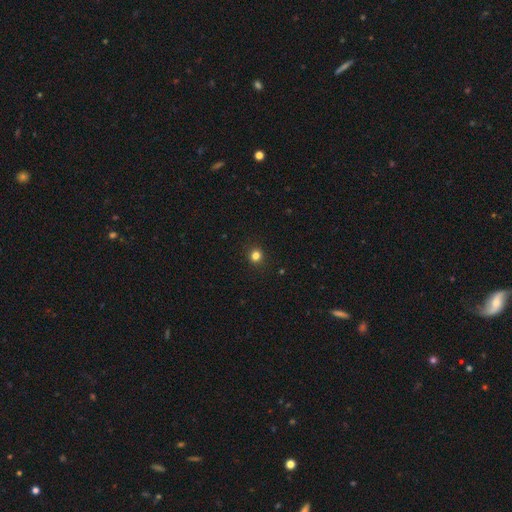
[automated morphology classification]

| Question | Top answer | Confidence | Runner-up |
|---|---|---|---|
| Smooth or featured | smooth | 81% | star or artifact (14%) |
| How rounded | round | 92% | in between (7%) |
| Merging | none | 92% | minor disturbance (5%) |